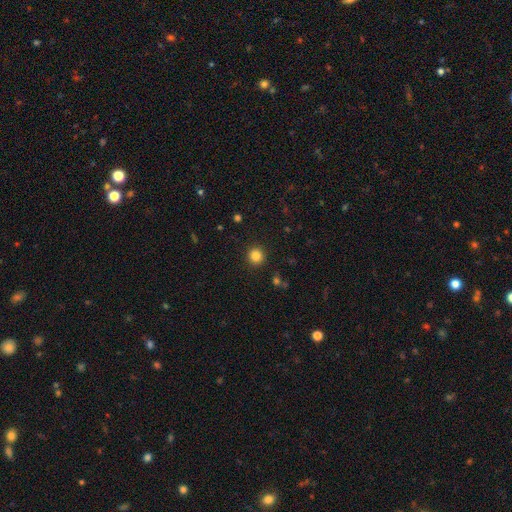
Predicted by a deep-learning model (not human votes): Smooth or featured? smooth (84%)
How rounded? round (94%)
Merging? none (92%)